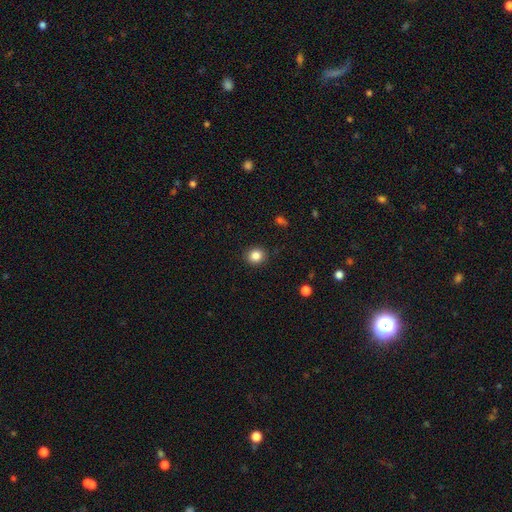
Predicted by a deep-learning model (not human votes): Overall: smooth (85%). How rounded: round (86%). Merging: none (91%).